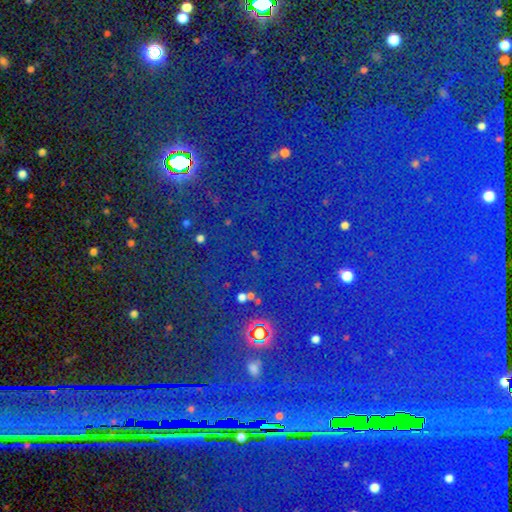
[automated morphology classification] Q: Smooth or featured?
A: star or artifact (83%); runner-up: smooth (10%)